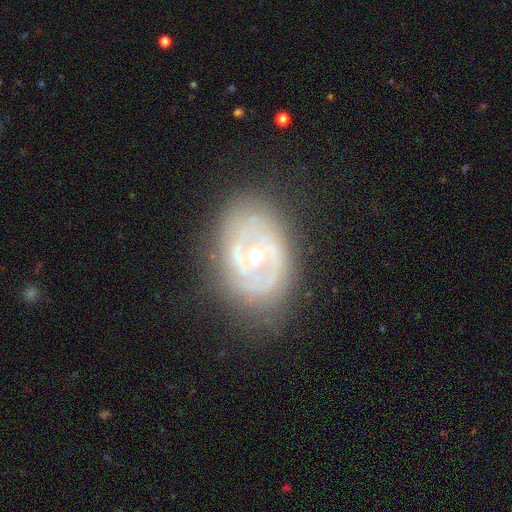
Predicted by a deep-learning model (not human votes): Morphology: type=featured or disk (80%); edge-on=no (95%); bar=no (64%); spiral arms=yes (68%); winding=tight (60%); arm count=2 (41%); bulge=moderate (72%); merging=none (72%).